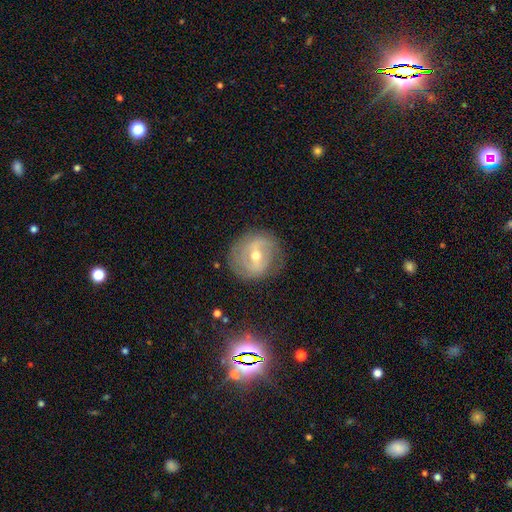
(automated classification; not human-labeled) This is likely a featured or disk galaxy (75%). It is clearly not viewed edge-on (95%). Bar: possibly weak (46%). Spiral arm pattern: clearly yes (81%). Spiral arm count: likely 2 (62%). Spiral winding: possibly tight (48%). Central bulge: likely moderate (61%). Merging: likely none (78%).